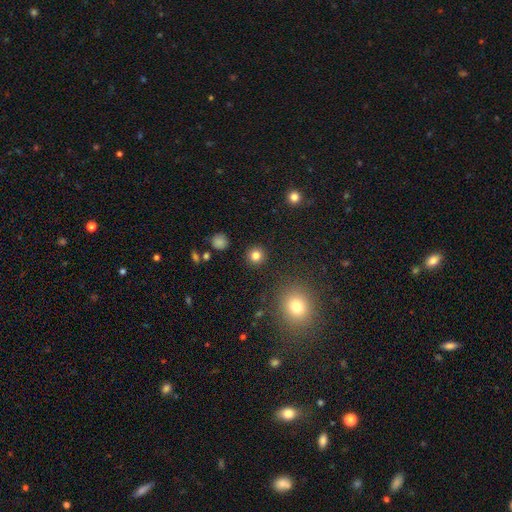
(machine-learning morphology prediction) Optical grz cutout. It shows a smooth galaxy with no disk features (82%) that is round (94%). Merging: none (92%).